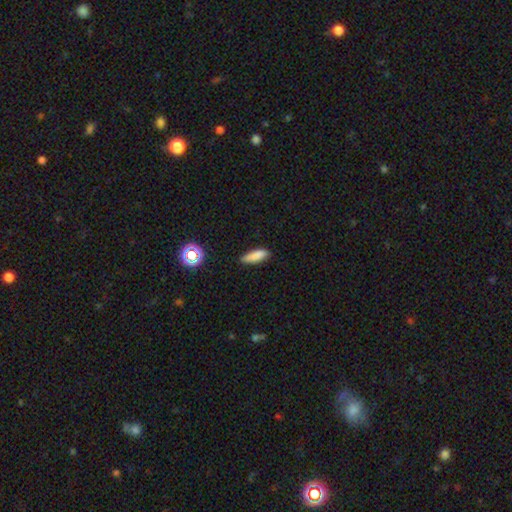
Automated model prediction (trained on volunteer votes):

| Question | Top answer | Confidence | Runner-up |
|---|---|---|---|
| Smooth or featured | smooth | 83% | star or artifact (9%) |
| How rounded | cigar-shaped | 54% | in between (43%) |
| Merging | none | 80% | minor disturbance (16%) |